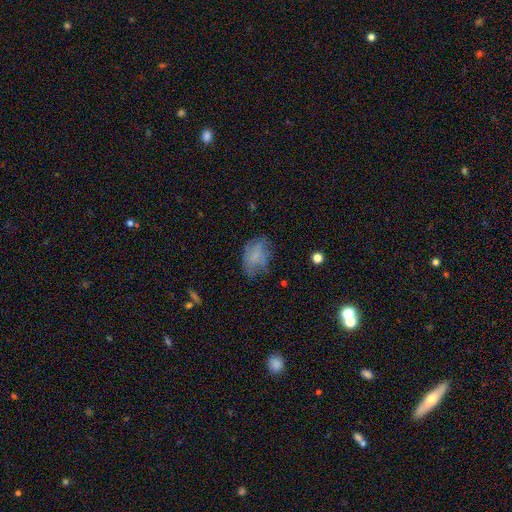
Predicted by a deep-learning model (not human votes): Q: Smooth or featured?
A: smooth (62%); runner-up: featured or disk (26%)
Q: How rounded?
A: in between (85%); runner-up: round (13%)
Q: Merging?
A: none (53%); runner-up: minor disturbance (28%)